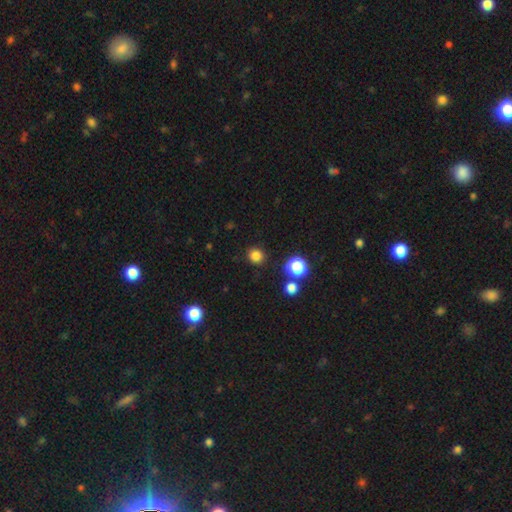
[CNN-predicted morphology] type=smooth (82%); roundness=round (90%); merging=none (90%).